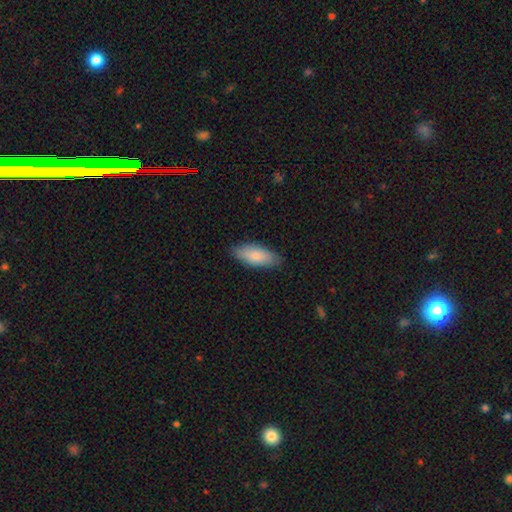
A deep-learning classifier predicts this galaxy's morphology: Q: Smooth or featured?
A: smooth (80%); runner-up: featured or disk (14%)
Q: How rounded?
A: in between (82%); runner-up: cigar-shaped (16%)
Q: Merging?
A: none (81%); runner-up: minor disturbance (15%)